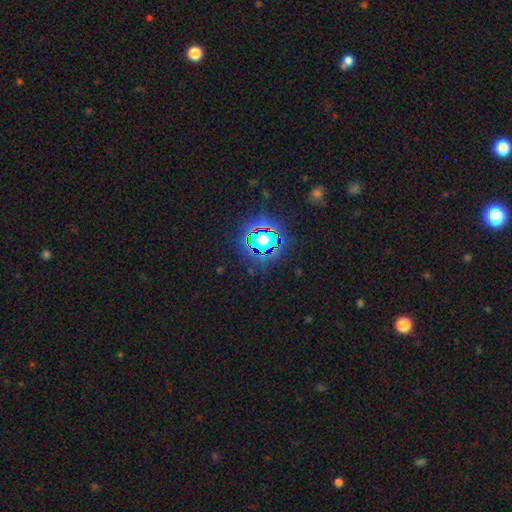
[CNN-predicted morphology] A star or artifact, not a galaxy (80%).

Vote fractions:
- Smooth or featured? star or artifact: 80% / smooth: 13% / featured or disk: 7%